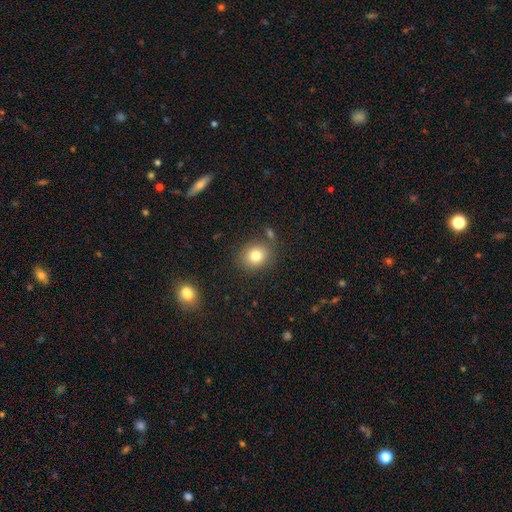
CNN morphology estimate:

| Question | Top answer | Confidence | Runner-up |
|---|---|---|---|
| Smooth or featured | smooth | 80% | star or artifact (11%) |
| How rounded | round | 70% | in between (29%) |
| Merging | none | 79% | minor disturbance (11%) |